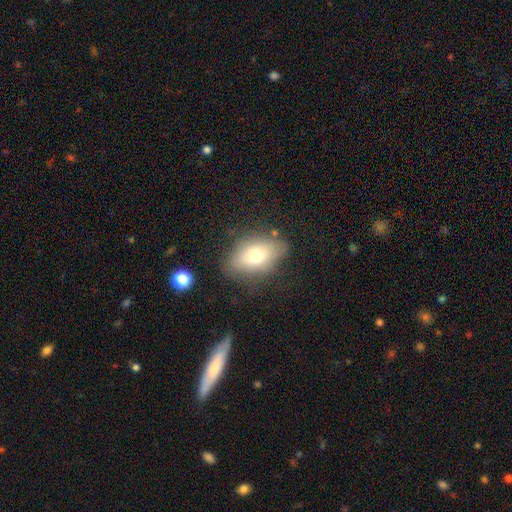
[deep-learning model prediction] This appears to be a smooth galaxy with no disk features (70%) that is in between round and cigar-shaped (82%). Merging: none (73%).